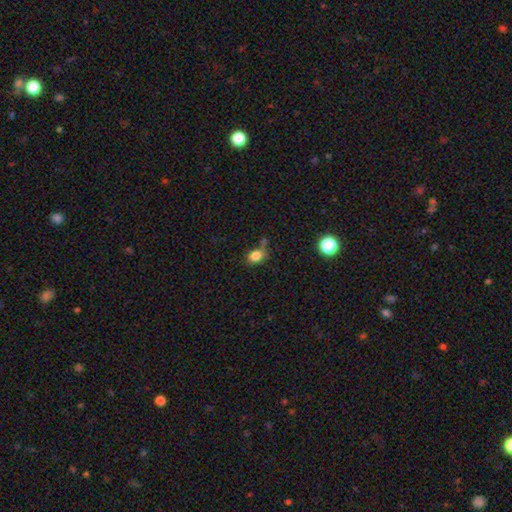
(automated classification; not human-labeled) Q: Smooth or featured?
A: smooth (83%); runner-up: star or artifact (11%)
Q: How rounded?
A: in between (66%); runner-up: round (33%)
Q: Merging?
A: none (56%); runner-up: minor disturbance (23%)